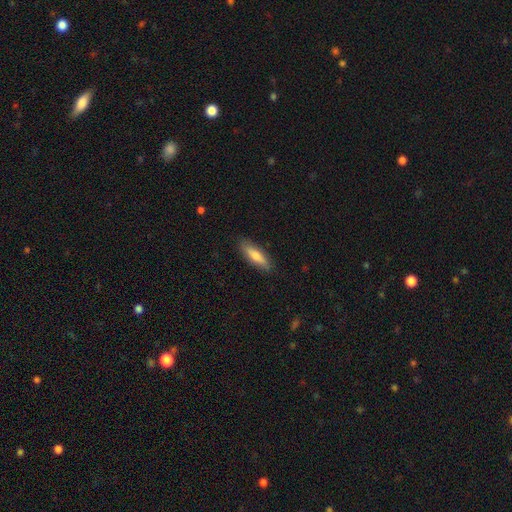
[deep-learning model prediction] A smooth galaxy with no disk features (72%) that is cigar-shaped (63%). Merging: none (86%).